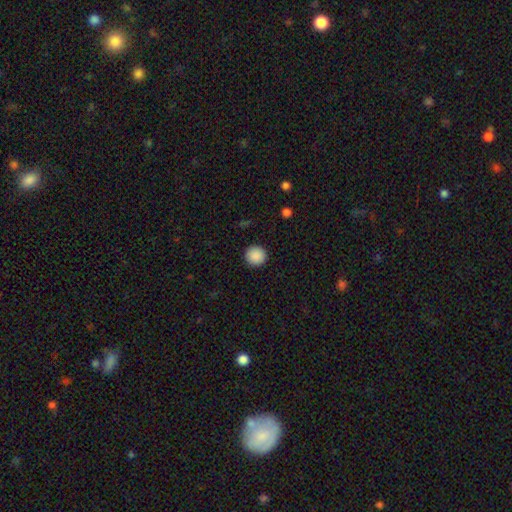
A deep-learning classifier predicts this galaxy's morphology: Smooth or featured: smooth — 89% (star or artifact — 8%)
How rounded: round — 95% (in between — 4%)
Merging: none — 93% (minor disturbance — 5%)